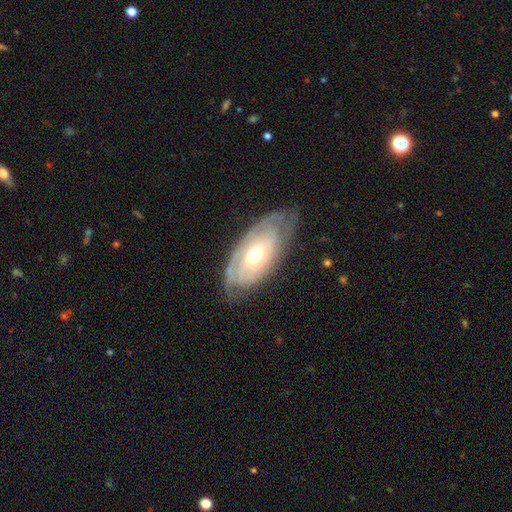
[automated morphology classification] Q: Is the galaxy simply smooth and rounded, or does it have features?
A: featured or disk — 70%.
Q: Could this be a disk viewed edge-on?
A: no — 88%.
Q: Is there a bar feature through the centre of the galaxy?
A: no — 73%.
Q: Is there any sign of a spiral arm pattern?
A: yes — 72%.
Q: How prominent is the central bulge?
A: moderate — 73%.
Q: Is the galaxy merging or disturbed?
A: none — 63%.